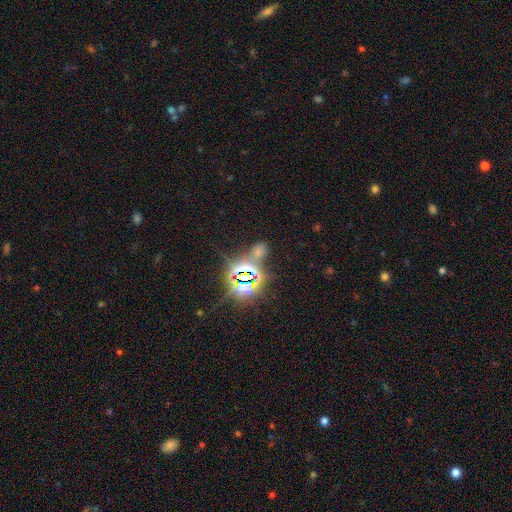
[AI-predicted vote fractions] Q: Smooth or featured?
A: star or artifact (73%); runner-up: smooth (19%)